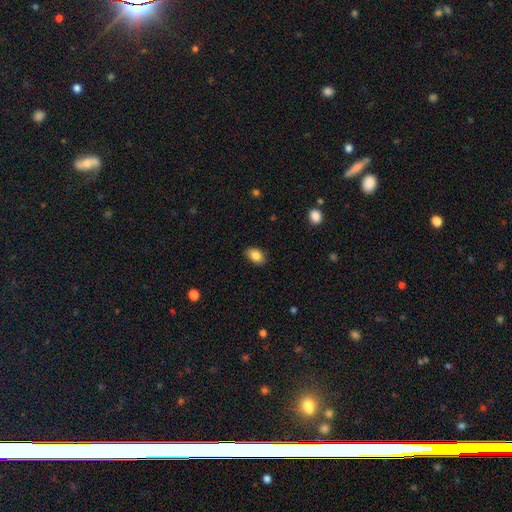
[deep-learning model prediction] smooth-or-featured: smooth: 84% | star or artifact: 8% | featured or disk: 8%
  how-rounded: in between: 87% | round: 11% | cigar-shaped: 1%
  merging: none: 88% | minor disturbance: 9% | major disturbance: 2% | merger: 1%